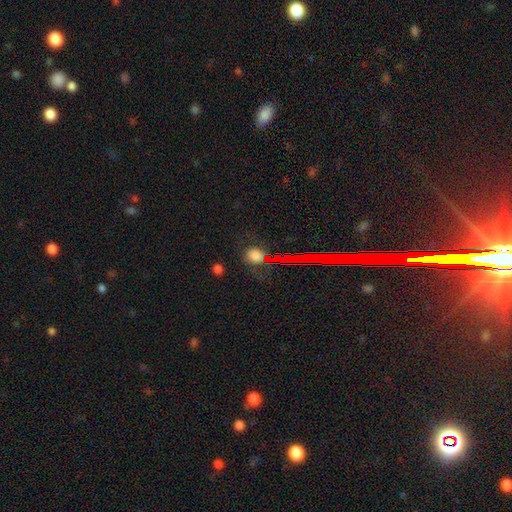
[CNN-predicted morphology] smooth_or_featured: smooth (p=0.67) [alt: star or artifact p=0.22]
how_rounded: round (p=0.70) [alt: in between p=0.27]
merging: none (p=0.68) [alt: minor disturbance p=0.19]